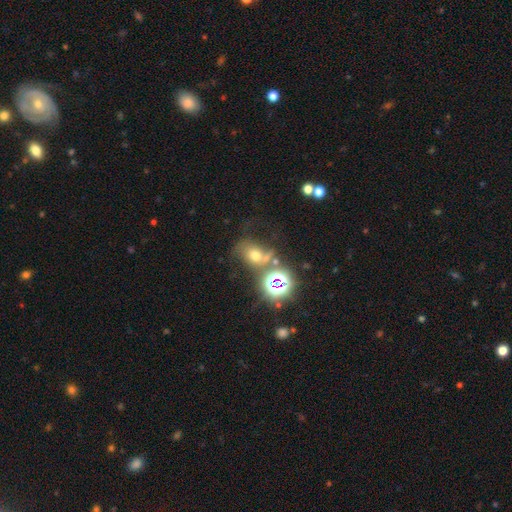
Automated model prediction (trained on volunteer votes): smooth 47%, star or artifact 33%, featured or disk 20%. Down the decision tree: merging — none (41%).